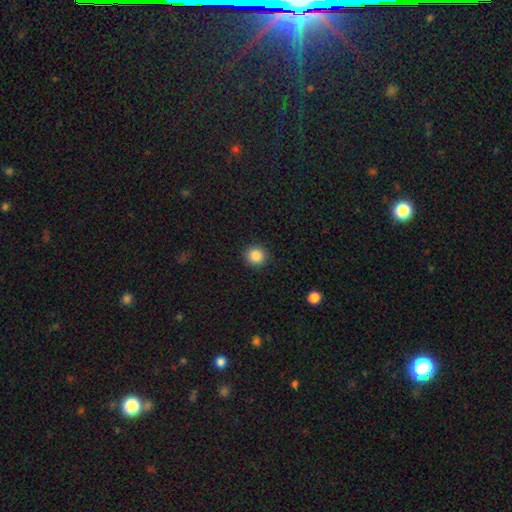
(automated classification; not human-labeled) The model was most divided on "smooth or featured": smooth: 86%, star or artifact: 10%, featured or disk: 4%. More confident: how rounded — round (93%); merging — none (91%).